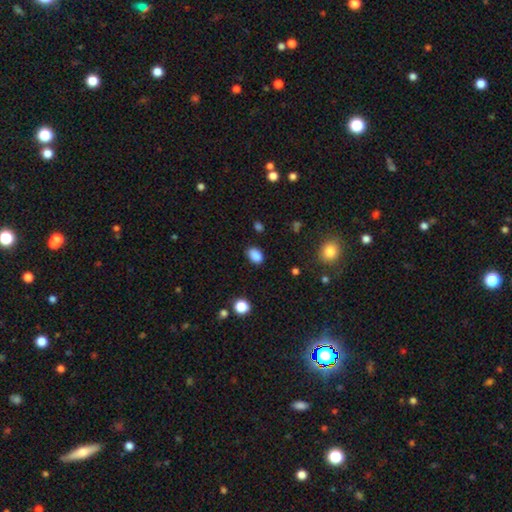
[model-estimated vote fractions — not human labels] smooth-or-featured: smooth: 86% | star or artifact: 10% | featured or disk: 4%
  how-rounded: in between: 80% | round: 19% | cigar-shaped: 1%
  merging: none: 83% | minor disturbance: 13% | major disturbance: 3% | merger: 2%